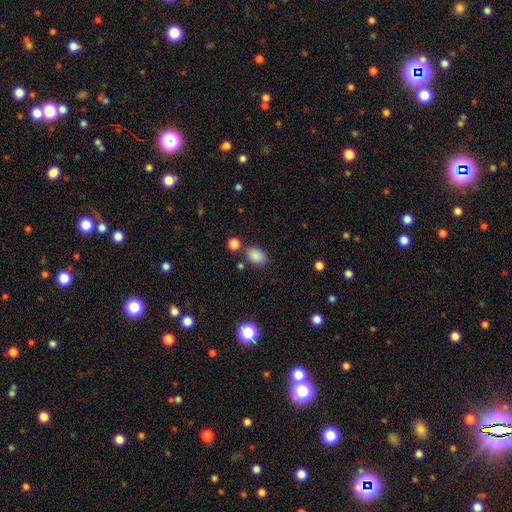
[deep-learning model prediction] Smooth or featured? smooth (86%)
How rounded? in between (83%)
Merging? none (75%)